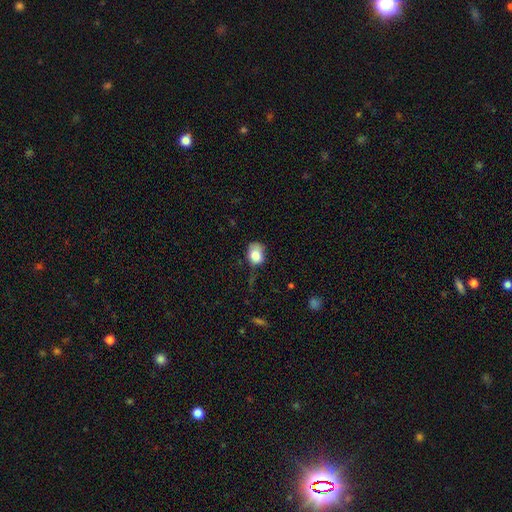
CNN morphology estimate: Q: Smooth or featured?
A: smooth (79%); runner-up: featured or disk (12%)
Q: How rounded?
A: in between (57%); runner-up: round (41%)
Q: Merging?
A: none (43%); runner-up: minor disturbance (37%)